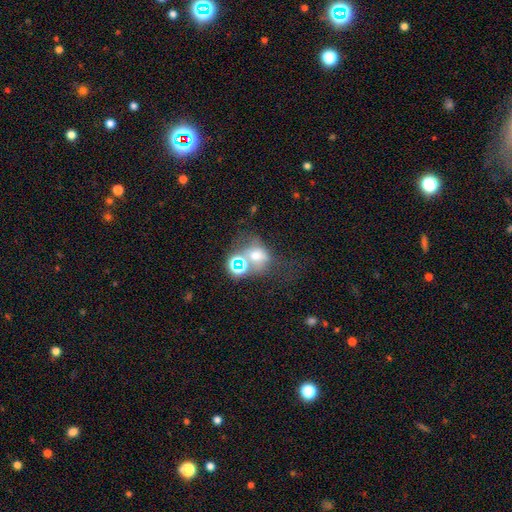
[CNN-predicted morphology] A smooth galaxy with no disk features (47%).

Vote fractions:
- Smooth or featured? smooth: 47% / star or artifact: 28% / featured or disk: 25%
- Merging? merger: 35% / none: 29% / major disturbance: 22% / minor disturbance: 14%